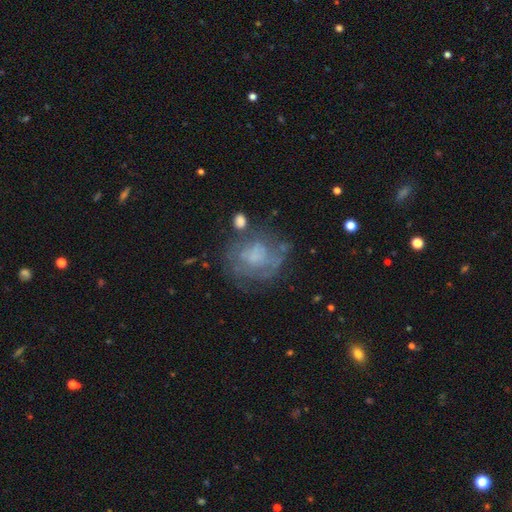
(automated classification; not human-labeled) A featured or disk galaxy (56%) with no bar (79%), no spiral arms (50%, tied with yes) and no central bulge (43%).

Vote fractions:
- Smooth or featured? featured or disk: 56% / smooth: 32% / star or artifact: 12%
- Edge-on disk? no: 98% / yes: 2%
- Bar? no: 79% / weak: 18% / strong: 3%
- Spiral arms? no: 50% (tied) / yes: 50% (tied)
- Bulge size? none: 43% / small: 25% / moderate: 22% / large: 8% / dominant: 2%
- Merging? none: 56% / minor disturbance: 20% / major disturbance: 18% / merger: 6%